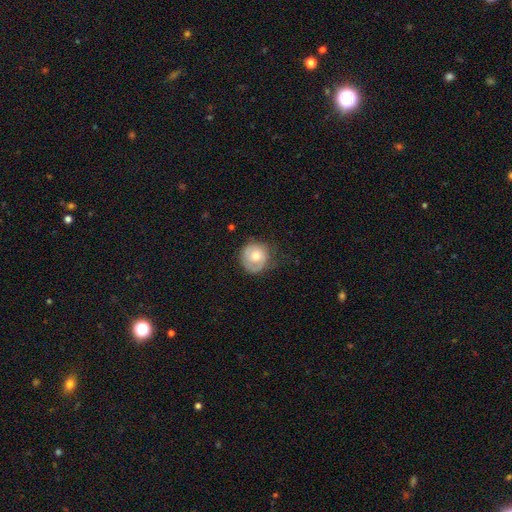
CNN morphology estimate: Q: Smooth or featured?
A: smooth (50%); runner-up: featured or disk (44%)
Q: How rounded?
A: round (87%); runner-up: in between (12%)
Q: Merging?
A: none (64%); runner-up: minor disturbance (24%)